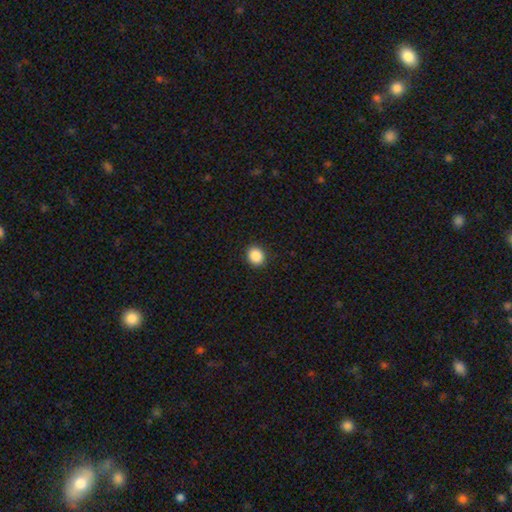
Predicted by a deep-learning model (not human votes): smooth-or-featured: smooth: 88% | star or artifact: 9% | featured or disk: 3%
  how-rounded: round: 73% | in between: 26% | cigar-shaped: 1%
  merging: none: 91% | minor disturbance: 6% | major disturbance: 2% | merger: 1%